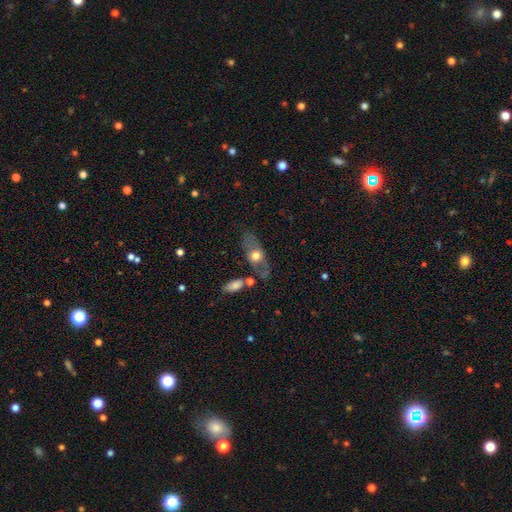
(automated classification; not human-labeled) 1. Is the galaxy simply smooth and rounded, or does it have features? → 48% smooth, 45% featured or disk, 7% star or artifact.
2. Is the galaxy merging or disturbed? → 64% none, 19% minor disturbance, 9% merger, 8% major disturbance.